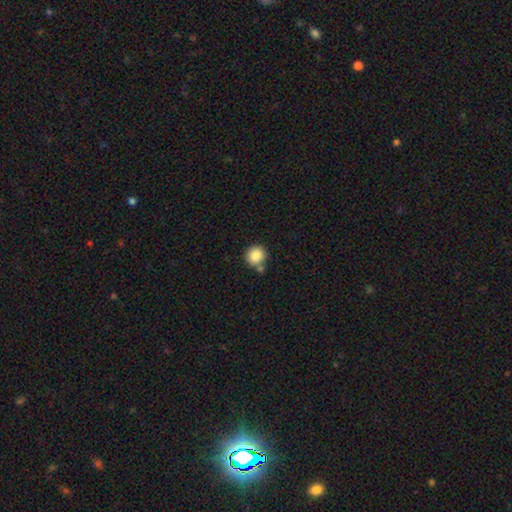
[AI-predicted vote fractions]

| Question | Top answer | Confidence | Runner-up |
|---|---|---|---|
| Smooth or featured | smooth | 86% | star or artifact (9%) |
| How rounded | round | 92% | in between (7%) |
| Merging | none | 70% | merger (16%) |